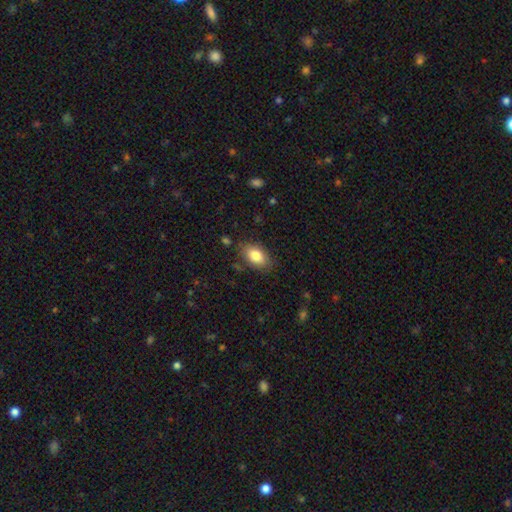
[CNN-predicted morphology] smooth 82%, featured or disk 11%, star or artifact 7%. Down the decision tree: how rounded — in between (90%); merging — none (81%).